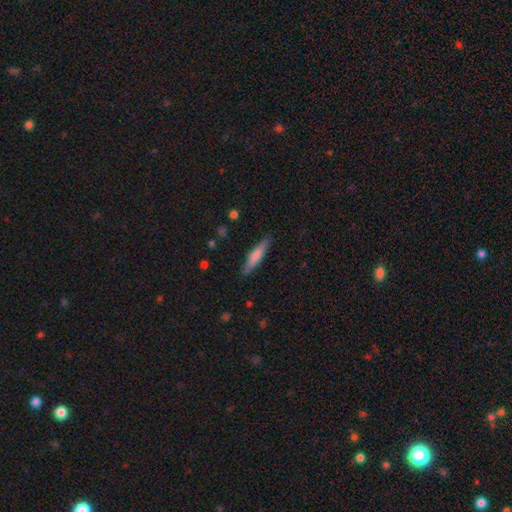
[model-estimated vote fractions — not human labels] Smooth or featured? Predicted: smooth (p=0.66). How rounded? Predicted: cigar-shaped (p=0.86). Merging? Predicted: none (p=0.87).